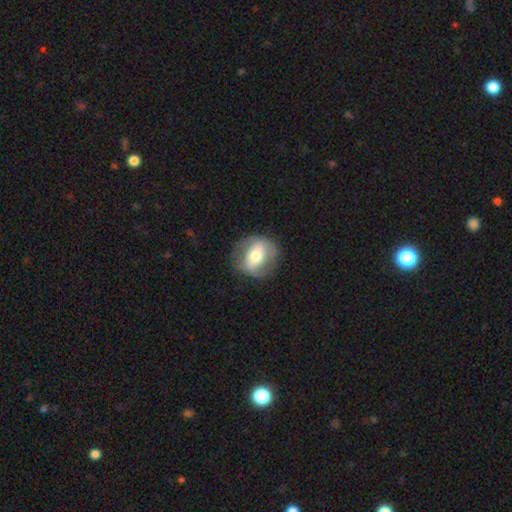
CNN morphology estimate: featured or disk 50%, smooth 44%, star or artifact 7%. Down the decision tree: merging — none (78%).